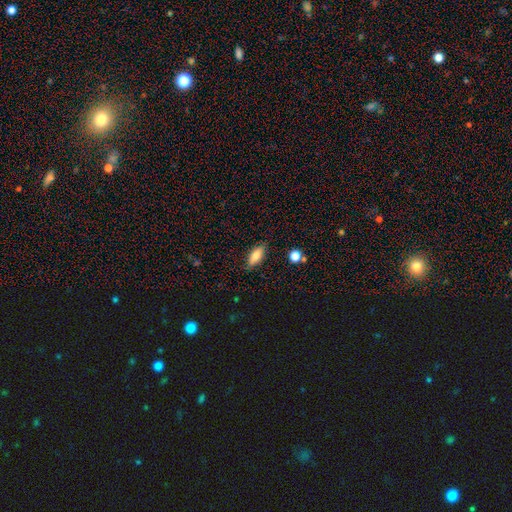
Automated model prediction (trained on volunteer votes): smooth-or-featured: smooth: 74% | featured or disk: 18% | star or artifact: 8%
  how-rounded: in between: 72% | cigar-shaped: 25% | round: 3%
  merging: none: 81% | minor disturbance: 14% | major disturbance: 3% | merger: 2%